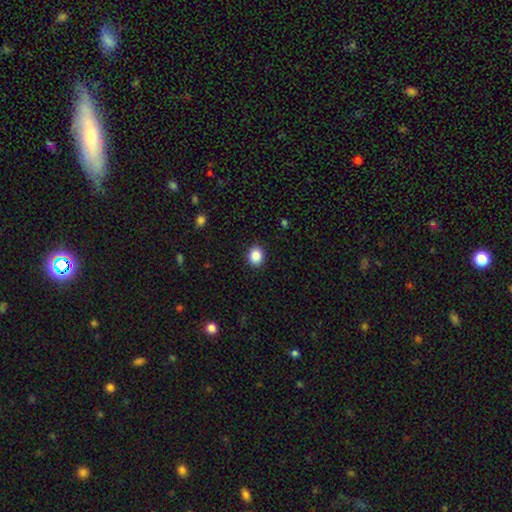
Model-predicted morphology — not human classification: Smooth or featured: smooth — 87% (star or artifact — 9%)
How rounded: round — 70% (in between — 30%)
Merging: none — 91% (minor disturbance — 6%)